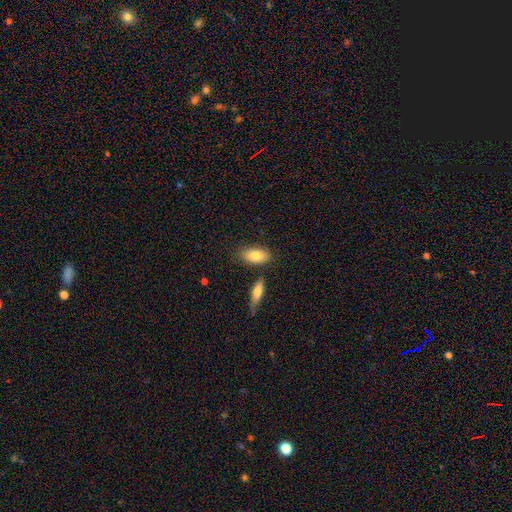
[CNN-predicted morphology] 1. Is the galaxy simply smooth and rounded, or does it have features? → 81% smooth, 13% featured or disk, 6% star or artifact.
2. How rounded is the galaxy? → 90% in between, 6% cigar-shaped, 4% round.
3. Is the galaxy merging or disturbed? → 73% none, 14% minor disturbance, 10% merger, 3% major disturbance.